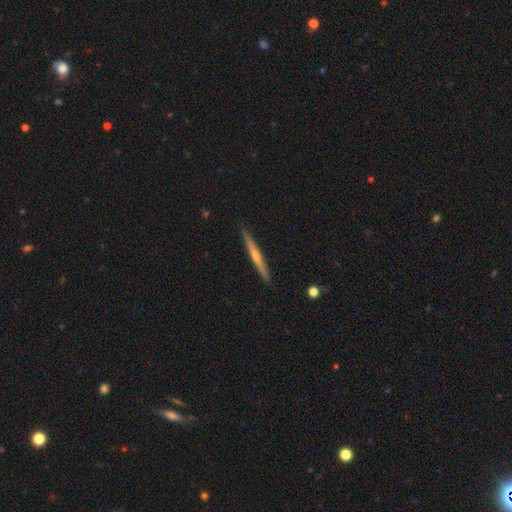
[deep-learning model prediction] Smooth or featured: featured or disk — 62% (smooth — 32%)
Edge-on disk: yes — 98% (no — 2%)
Edge-on bulge: rounded — 62% (none — 33%)
Merging: none — 91% (minor disturbance — 7%)